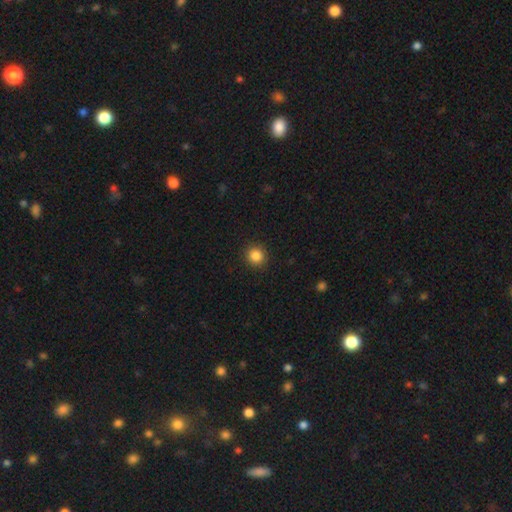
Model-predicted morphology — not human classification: The model was most divided on "smooth or featured": smooth: 85%, star or artifact: 11%, featured or disk: 4%. More confident: merging — none (92%); how rounded — round (91%).